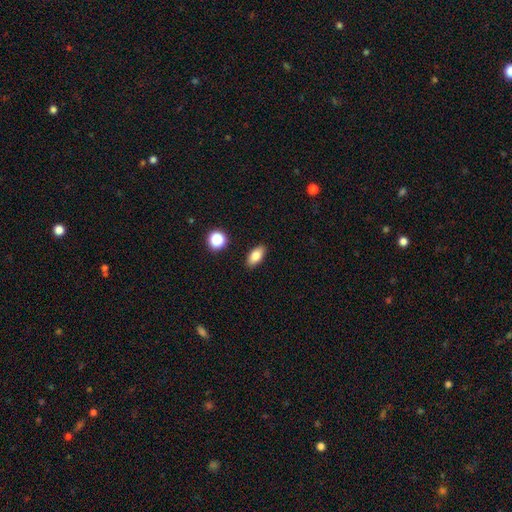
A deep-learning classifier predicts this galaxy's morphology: Overall: smooth (81%). How rounded: in between (87%). Merging: none (88%).